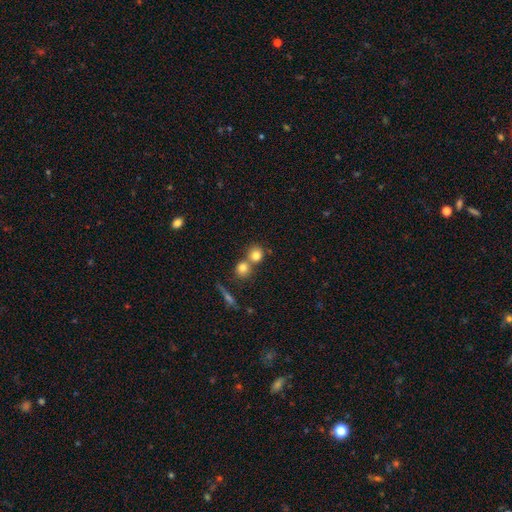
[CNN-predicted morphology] A smooth galaxy with no disk features (78%) that is round (85%).

Vote fractions:
- Smooth or featured? smooth: 78% / star or artifact: 11% / featured or disk: 10%
- How rounded? round: 85% / in between: 13% / cigar-shaped: 2%
- Merging? none: 47% / merger: 44% / minor disturbance: 6% / major disturbance: 3%